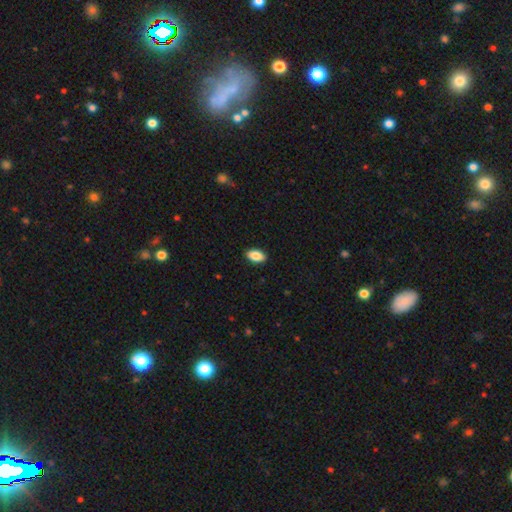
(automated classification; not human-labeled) Smooth or featured?
  - smooth: 88% *
  - star or artifact: 7%
  - featured or disk: 5%
How rounded?
  - in between: 93% *
  - round: 4%
  - cigar-shaped: 3%
Merging?
  - none: 90% *
  - minor disturbance: 7%
  - major disturbance: 2%
  - merger: 1%